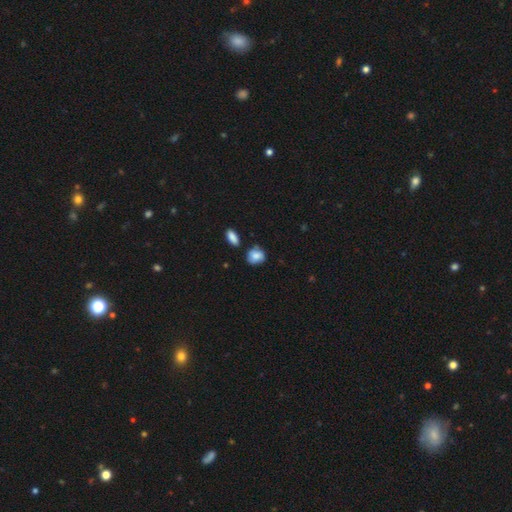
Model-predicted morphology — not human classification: This appears to be a smooth galaxy with no disk features (76%) that is round (57%). Merging: none (63%).